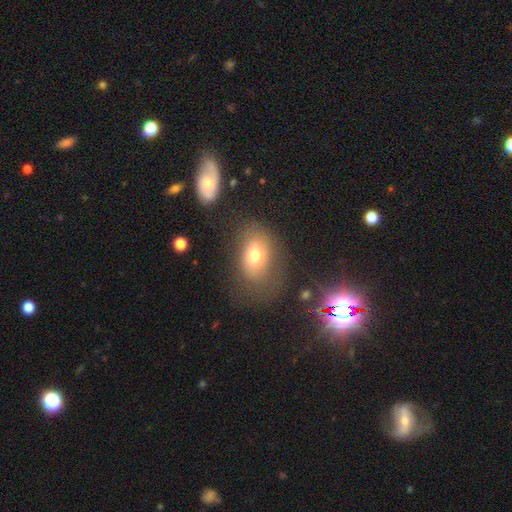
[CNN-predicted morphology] Q: Smooth or featured?
A: smooth (66%); runner-up: featured or disk (23%)
Q: How rounded?
A: in between (82%); runner-up: round (16%)
Q: Merging?
A: none (53%); runner-up: minor disturbance (23%)